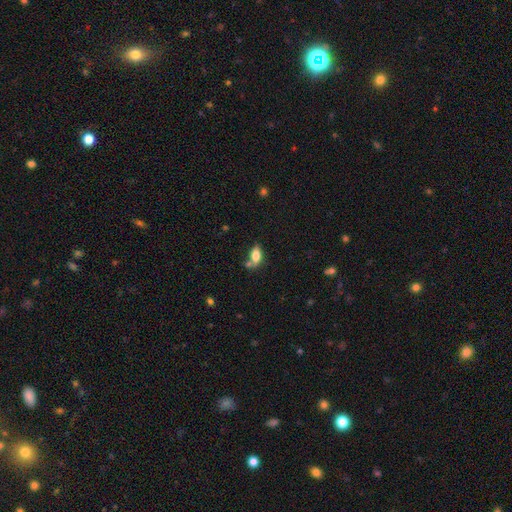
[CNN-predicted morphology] Q: Smooth or featured?
A: smooth (76%); runner-up: featured or disk (15%)
Q: How rounded?
A: in between (88%); runner-up: cigar-shaped (7%)
Q: Merging?
A: none (56%); runner-up: merger (21%)